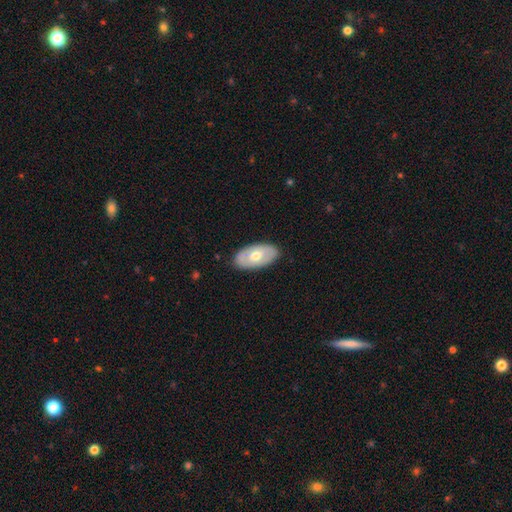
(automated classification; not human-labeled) Overall: smooth (51%; featured or disk 44%). How rounded: in between (93%). Merging: none (86%).